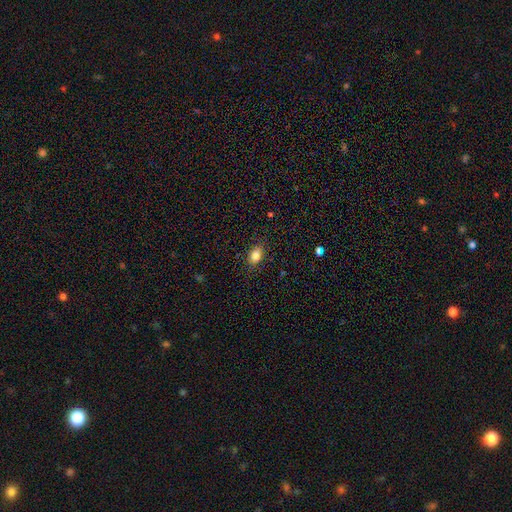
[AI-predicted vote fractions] Smooth or featured? Predicted: smooth (p=0.83). How rounded? Predicted: in between (p=0.77). Merging? Predicted: none (p=0.86).